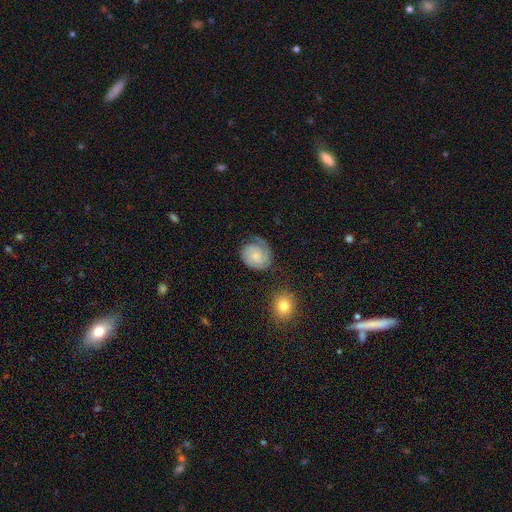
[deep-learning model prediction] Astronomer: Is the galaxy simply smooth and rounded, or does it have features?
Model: featured or disk — 69%.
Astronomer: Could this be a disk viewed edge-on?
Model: no — 98%.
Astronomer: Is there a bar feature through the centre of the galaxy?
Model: no — 72%.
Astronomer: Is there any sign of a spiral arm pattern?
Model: yes — 95%.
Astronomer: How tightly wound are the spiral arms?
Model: tight — 65%.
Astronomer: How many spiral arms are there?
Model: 2 — 39% (runner-up: 1, 30%).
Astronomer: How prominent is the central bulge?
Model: small — 60%.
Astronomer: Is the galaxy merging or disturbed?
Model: none — 66%.